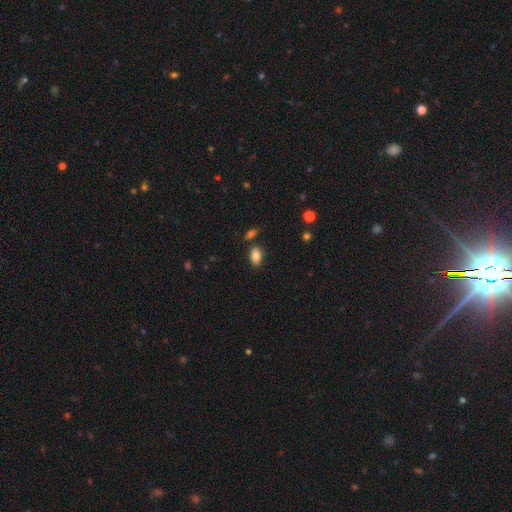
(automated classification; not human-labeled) A smooth galaxy with no disk features (84%) that is in between round and cigar-shaped (89%). Merging: none (79%).